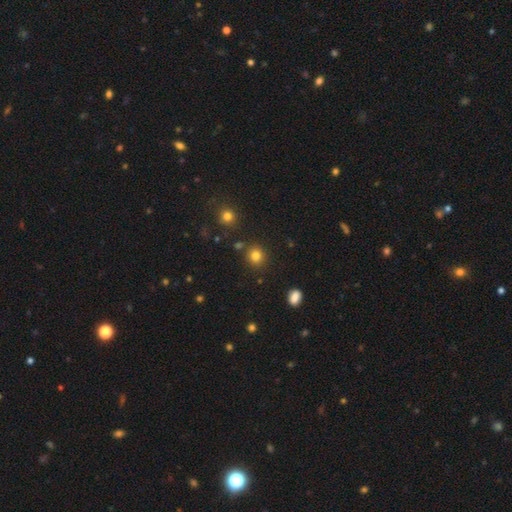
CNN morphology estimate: A smooth galaxy with no disk features (81%) that is round (88%). Merging: none (86%).